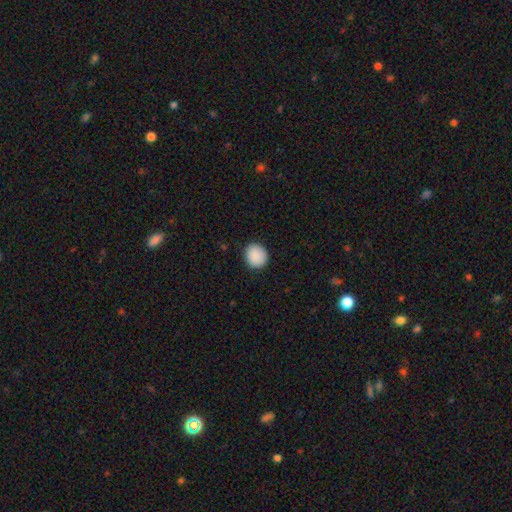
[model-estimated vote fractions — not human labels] Q: Smooth or featured?
A: smooth (90%); runner-up: star or artifact (7%)
Q: How rounded?
A: round (82%); runner-up: in between (17%)
Q: Merging?
A: none (89%); runner-up: minor disturbance (8%)